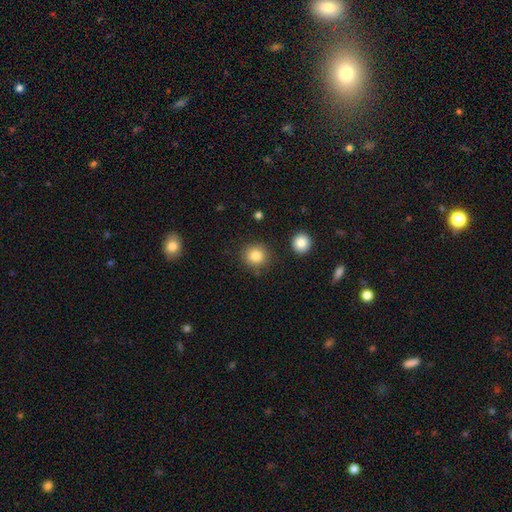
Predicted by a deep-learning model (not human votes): Smooth or featured?
  - smooth: 84% *
  - star or artifact: 10%
  - featured or disk: 6%
How rounded?
  - round: 92% *
  - in between: 8%
  - cigar-shaped: 1%
Merging?
  - none: 86% *
  - minor disturbance: 8%
  - merger: 4%
  - major disturbance: 3%